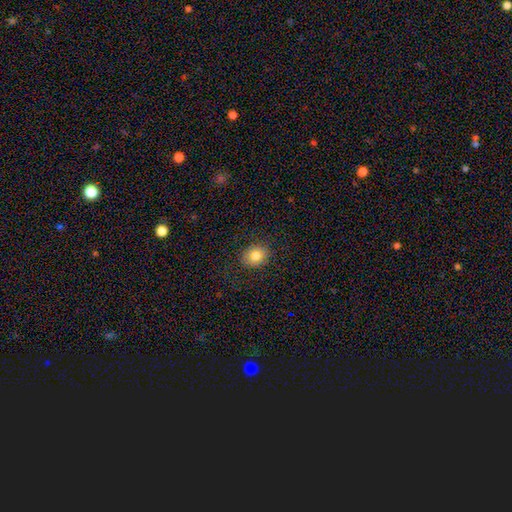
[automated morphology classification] smooth-or-featured: smooth: 81% | star or artifact: 10% | featured or disk: 9%
  how-rounded: round: 61% | in between: 38% | cigar-shaped: 1%
  merging: none: 87% | minor disturbance: 9% | major disturbance: 3% | merger: 1%